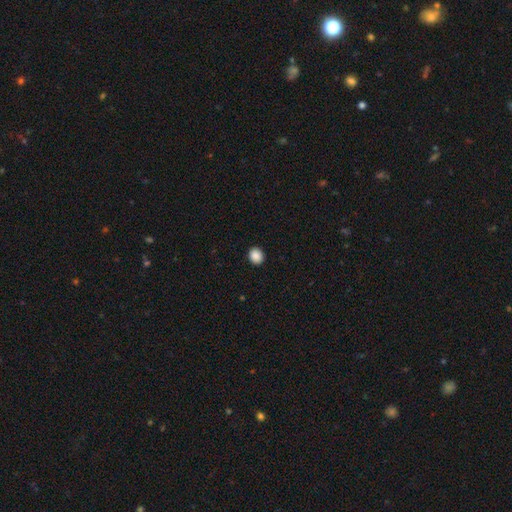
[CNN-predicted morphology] Smooth or featured?
  - smooth: 89% *
  - star or artifact: 8%
  - featured or disk: 2%
How rounded?
  - round: 71% *
  - in between: 29%
  - cigar-shaped: 1%
Merging?
  - none: 92% *
  - minor disturbance: 5%
  - major disturbance: 2%
  - merger: 1%